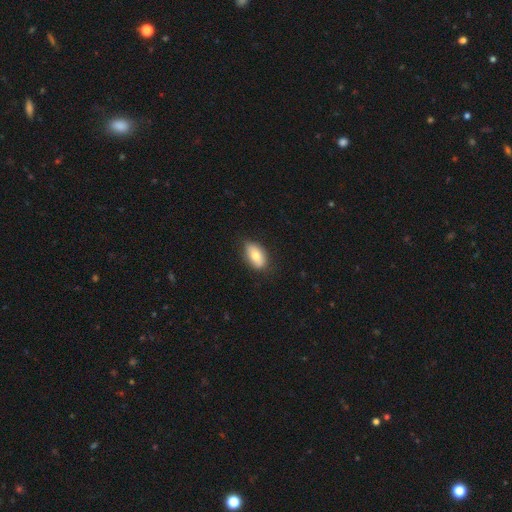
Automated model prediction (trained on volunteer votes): Q: Smooth or featured?
A: smooth (74%); runner-up: featured or disk (19%)
Q: How rounded?
A: in between (91%); runner-up: round (6%)
Q: Merging?
A: none (79%); runner-up: minor disturbance (17%)